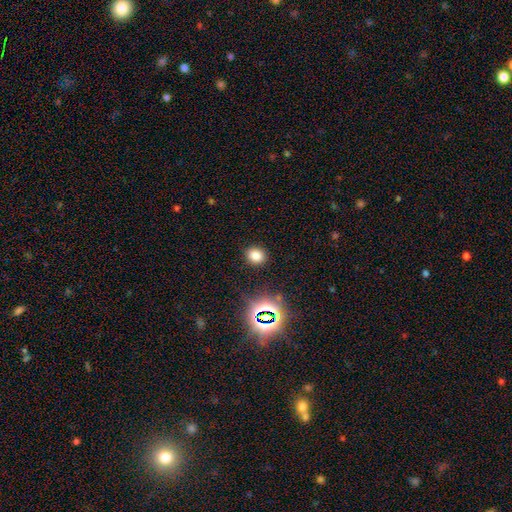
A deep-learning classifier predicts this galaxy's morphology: smooth-or-featured: smooth: 77% | star or artifact: 18% | featured or disk: 5%
  how-rounded: round: 55% | in between: 44% | cigar-shaped: 1%
  merging: none: 88% | minor disturbance: 8% | major disturbance: 3% | merger: 2%